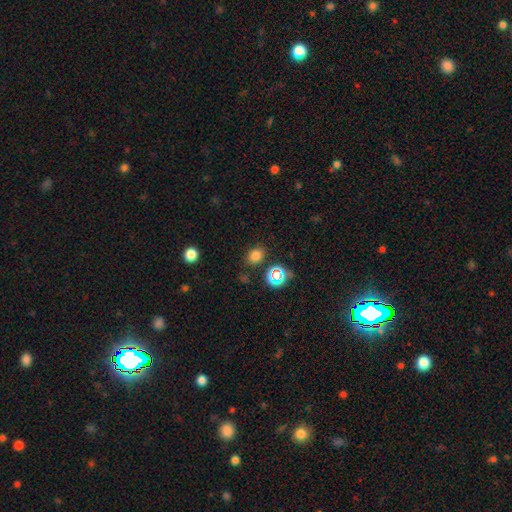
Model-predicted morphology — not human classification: A smooth galaxy with no disk features (74%) that is in between round and cigar-shaped (54%).

Vote fractions:
- Smooth or featured? smooth: 74% / star or artifact: 19% / featured or disk: 6%
- How rounded? in between: 54% / round: 45% / cigar-shaped: 1%
- Merging? none: 82% / minor disturbance: 11% / merger: 4% / major disturbance: 4%